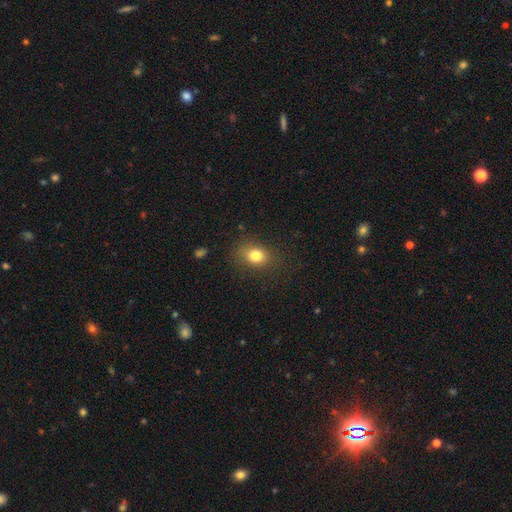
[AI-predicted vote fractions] This is clearly a smooth galaxy (80%). How rounded: possibly in between (55%). Merging: likely none (79%).